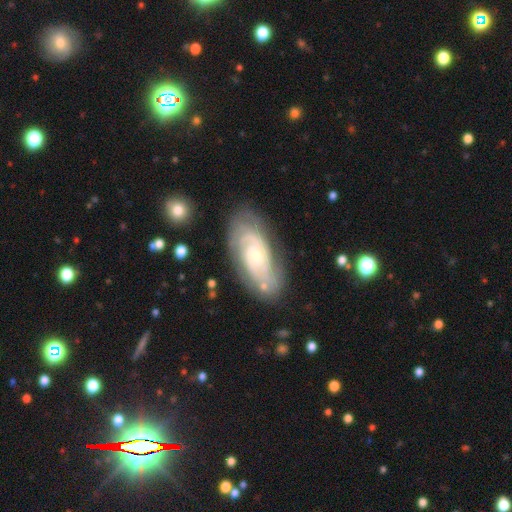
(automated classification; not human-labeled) Smooth or featured? featured or disk (83%)
Edge-on disk? no (95%)
Bar? no (63%)
Spiral arms? yes (95%)
Spiral winding? tight (66%)
Spiral arm count? 2 (46%)
Bulge size? small (58%)
Merging? none (74%)